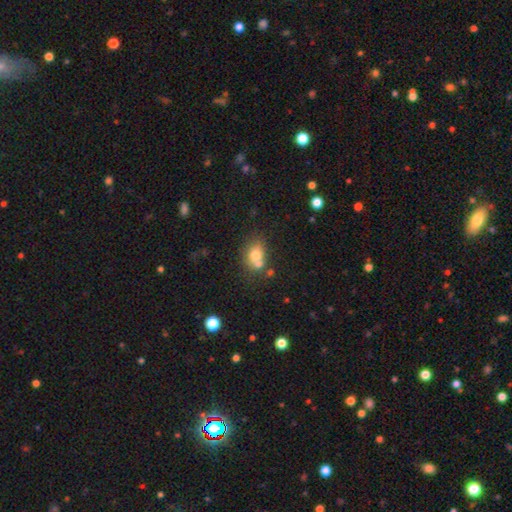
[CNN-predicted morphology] smooth_or_featured: smooth (p=0.71) [alt: featured or disk p=0.17]
how_rounded: in between (p=0.55) [alt: round p=0.44]
merging: none (p=0.43) [alt: merger p=0.37]